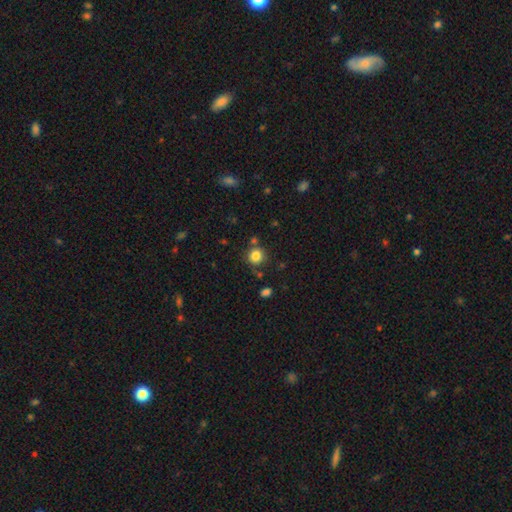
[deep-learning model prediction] This appears to be a smooth galaxy with no disk features (83%) that is round (91%). Merging: none (78%).